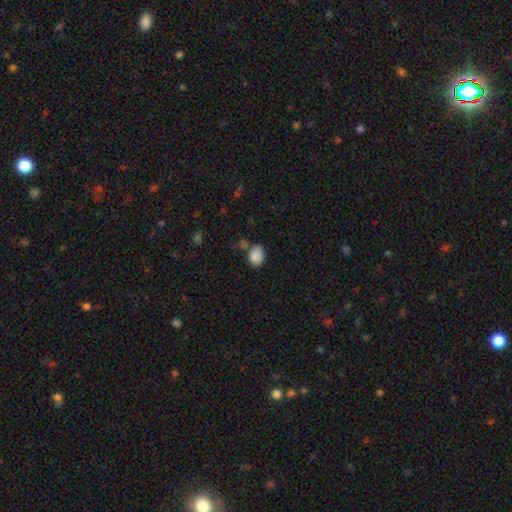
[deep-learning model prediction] The model was most divided on "how rounded": in between: 65%, round: 34%, cigar-shaped: 1%. More confident: smooth or featured — smooth (87%); merging — none (64%).